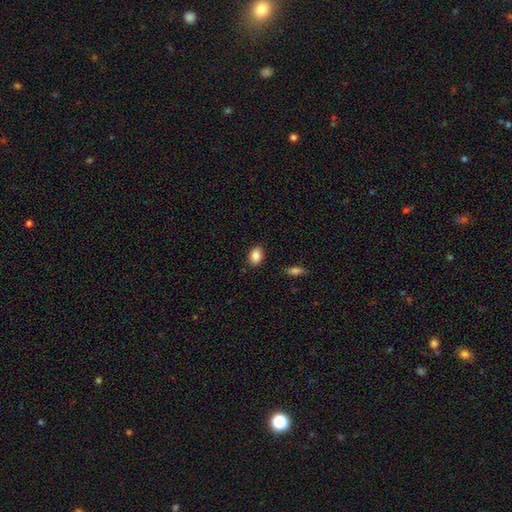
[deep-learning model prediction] This appears to be a smooth galaxy with no disk features (87%) that is in between round and cigar-shaped (79%). Merging: none (84%).